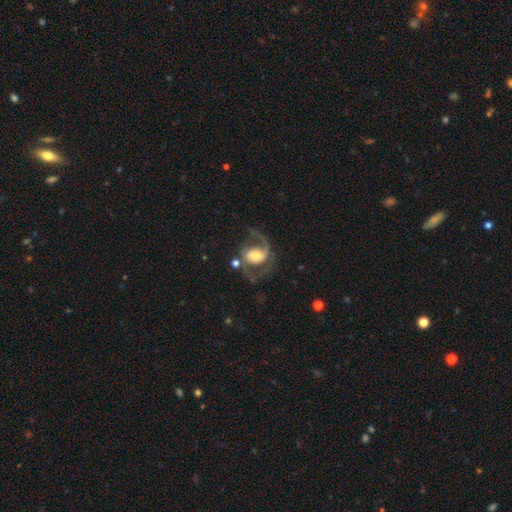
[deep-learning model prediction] This is clearly a featured or disk galaxy (81%). It is clearly not viewed edge-on (97%). Bar: marginally no (42%). Spiral arm pattern: clearly yes (93%). Spiral arm count: clearly 2 (86%). Spiral winding: possibly medium (52%). Central bulge: possibly moderate (45%). Merging: possibly none (59%).